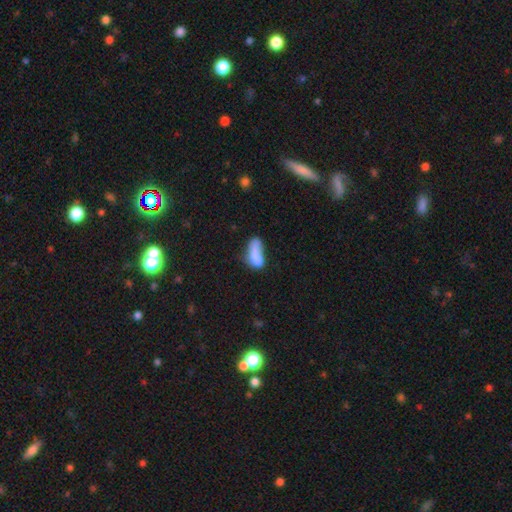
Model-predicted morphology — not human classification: Smooth or featured?
  - smooth: 74% *
  - featured or disk: 16%
  - star or artifact: 9%
How rounded?
  - in between: 77% *
  - cigar-shaped: 20%
  - round: 4%
Merging?
  - none: 28% *
  - minor disturbance: 27%
  - major disturbance: 25%
  - merger: 21%